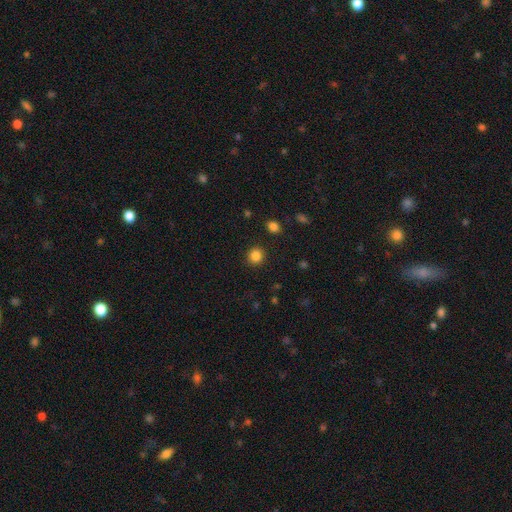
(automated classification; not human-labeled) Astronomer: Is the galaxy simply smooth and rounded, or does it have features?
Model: smooth — 85%.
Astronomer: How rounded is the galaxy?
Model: round — 90%.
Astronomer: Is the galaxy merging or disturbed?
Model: none — 91%.